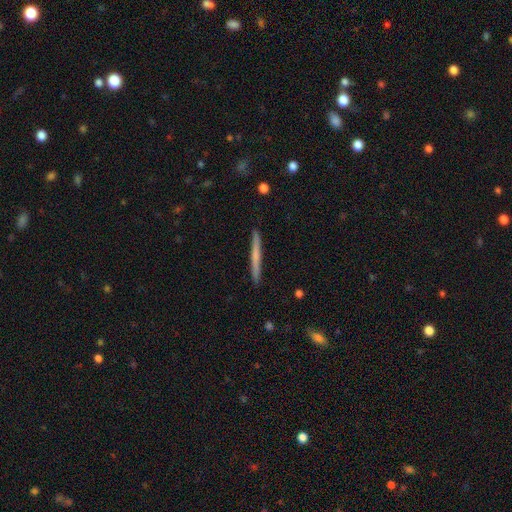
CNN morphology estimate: Overall: smooth (52%; featured or disk 43%). How rounded: cigar-shaped (97%). Merging: none (92%).